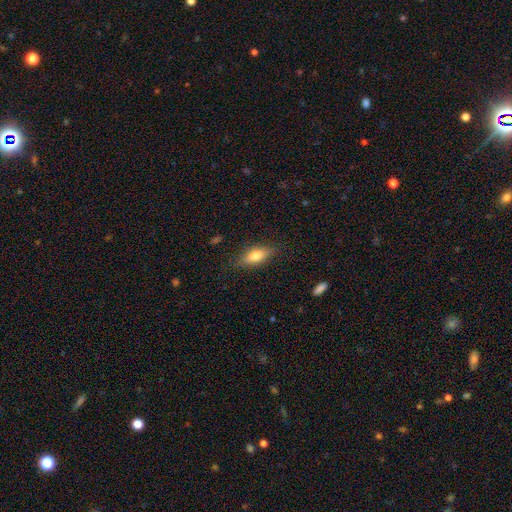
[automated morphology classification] A smooth galaxy with no disk features (71%) that is in between round and cigar-shaped (73%).

Vote fractions:
- Smooth or featured? smooth: 71% / featured or disk: 22% / star or artifact: 7%
- How rounded? in between: 73% / cigar-shaped: 22% / round: 4%
- Merging? none: 83% / minor disturbance: 13% / major disturbance: 3% / merger: 1%